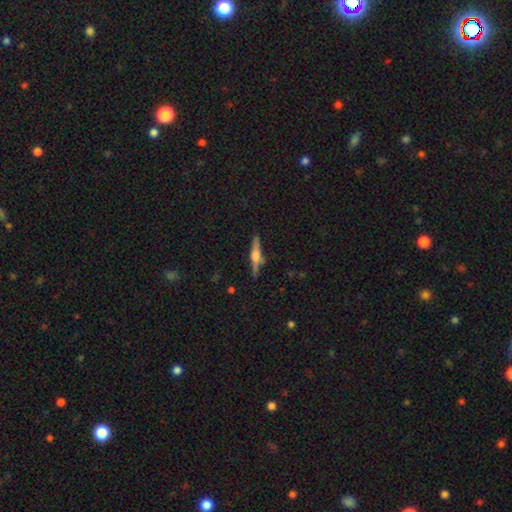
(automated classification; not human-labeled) Morphology: type=featured or disk (68%); edge-on=yes (97%); edge-on bulge=rounded (86%); merging=none (86%).